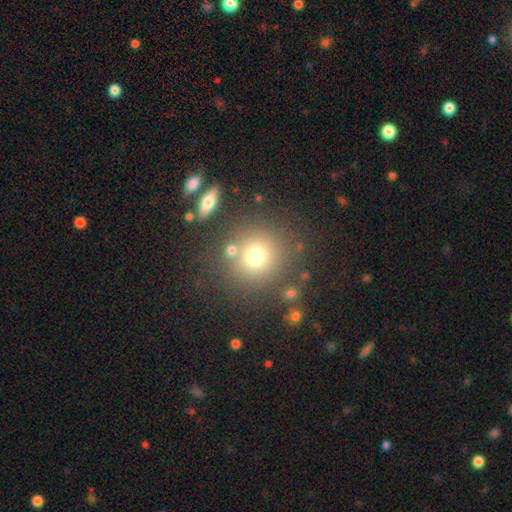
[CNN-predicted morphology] The model was most divided on "smooth or featured": smooth: 72%, star or artifact: 16%, featured or disk: 12%. More confident: how rounded — round (90%); merging — none (75%).